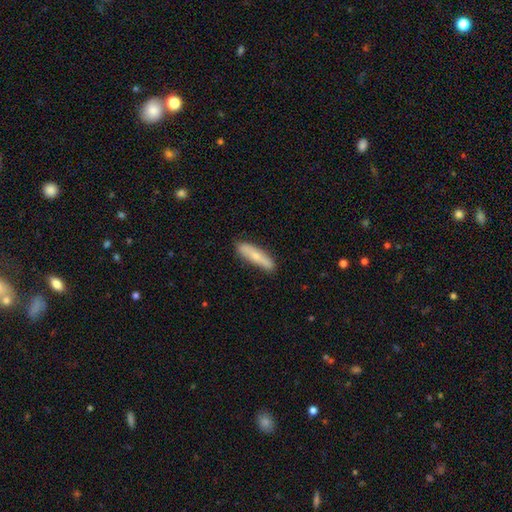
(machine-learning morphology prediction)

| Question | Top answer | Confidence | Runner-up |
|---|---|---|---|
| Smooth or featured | smooth | 66% | featured or disk (28%) |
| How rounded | cigar-shaped | 79% | in between (19%) |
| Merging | none | 83% | minor disturbance (13%) |